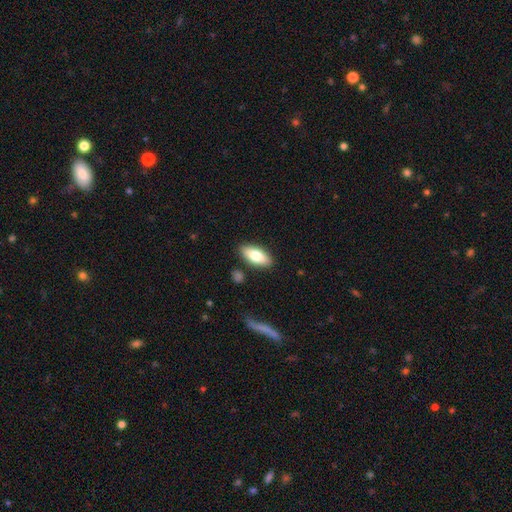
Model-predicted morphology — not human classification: smooth_or_featured: smooth (p=0.75) [alt: featured or disk p=0.19]
how_rounded: in between (p=0.83) [alt: cigar-shaped p=0.15]
merging: none (p=0.86) [alt: minor disturbance p=0.10]